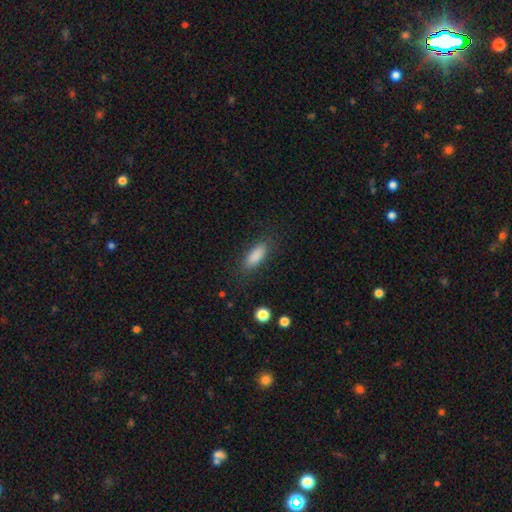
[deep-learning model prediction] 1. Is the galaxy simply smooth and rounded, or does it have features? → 87% smooth, 8% star or artifact, 5% featured or disk.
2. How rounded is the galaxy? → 73% in between, 25% cigar-shaped, 2% round.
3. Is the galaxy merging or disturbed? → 84% none, 11% minor disturbance, 4% major disturbance, 1% merger.